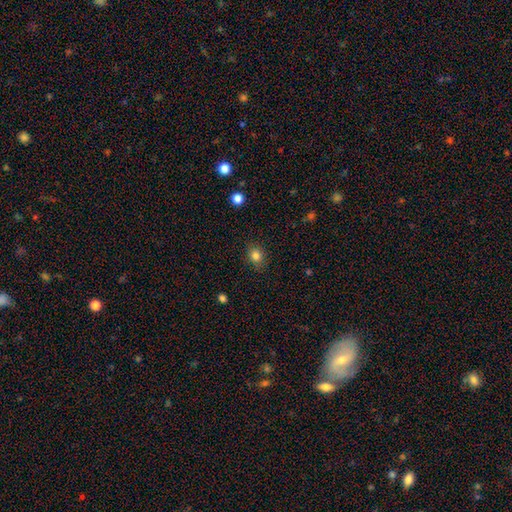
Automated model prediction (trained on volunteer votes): This appears to be a smooth galaxy with no disk features (82%) that is round (59%). Merging: none (86%).